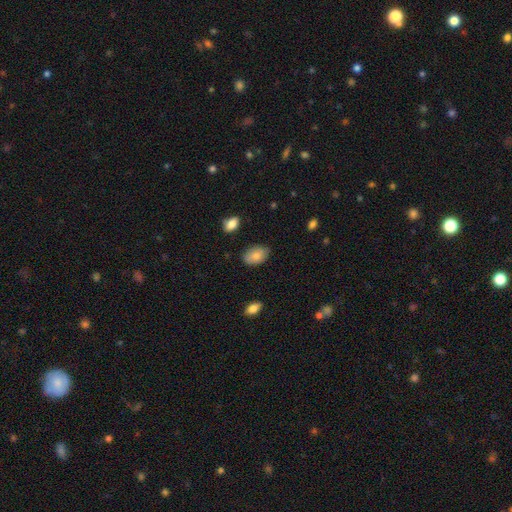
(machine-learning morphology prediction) This appears to be a smooth galaxy with no disk features (83%) that is in between round and cigar-shaped (90%). Merging: none (82%).